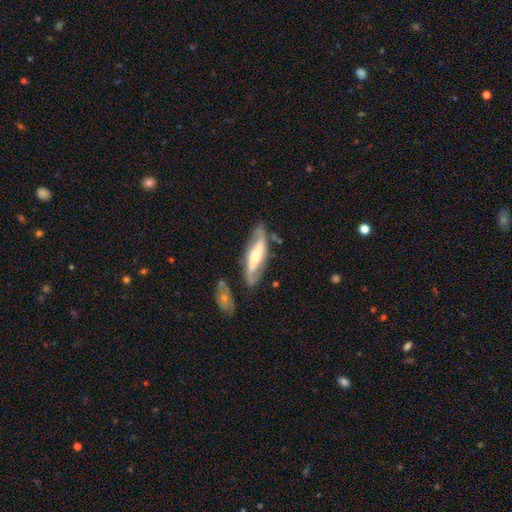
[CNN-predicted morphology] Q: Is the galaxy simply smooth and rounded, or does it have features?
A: featured or disk — 71%.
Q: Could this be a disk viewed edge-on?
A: no — 70%.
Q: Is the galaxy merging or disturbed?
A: none — 75%.